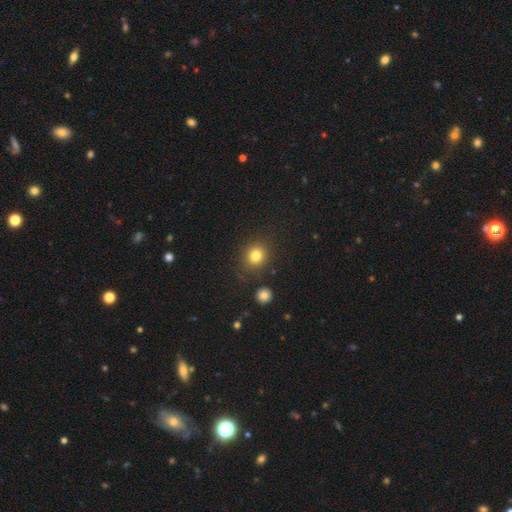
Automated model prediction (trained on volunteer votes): Morphology: type=smooth (82%); roundness=round (74%); merging=none (84%).